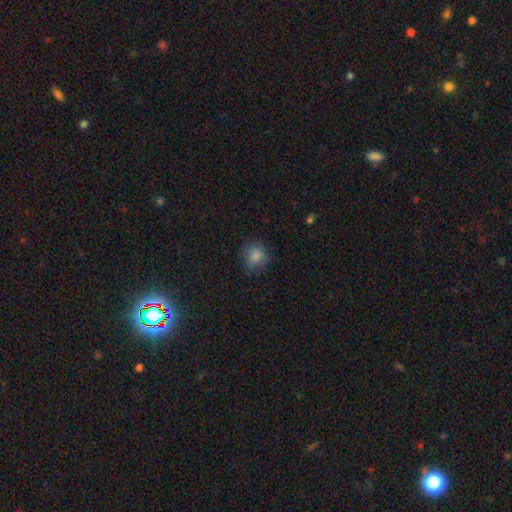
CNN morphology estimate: smooth 83%, star or artifact 11%, featured or disk 6%. Down the decision tree: how rounded — round (76%); merging — none (76%).